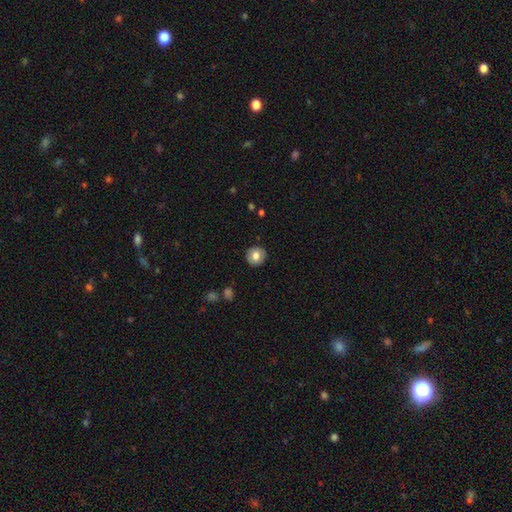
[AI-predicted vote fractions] Smooth or featured?
  - smooth: 76% *
  - featured or disk: 16%
  - star or artifact: 8%
How rounded?
  - round: 90% *
  - in between: 9%
  - cigar-shaped: 1%
Merging?
  - none: 90% *
  - minor disturbance: 8%
  - major disturbance: 2%
  - merger: 1%